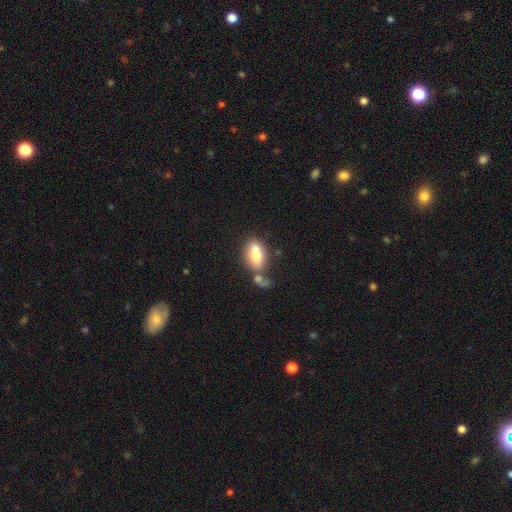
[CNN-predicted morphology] type=smooth (70%); roundness=in between (84%); merging=merger (49%).